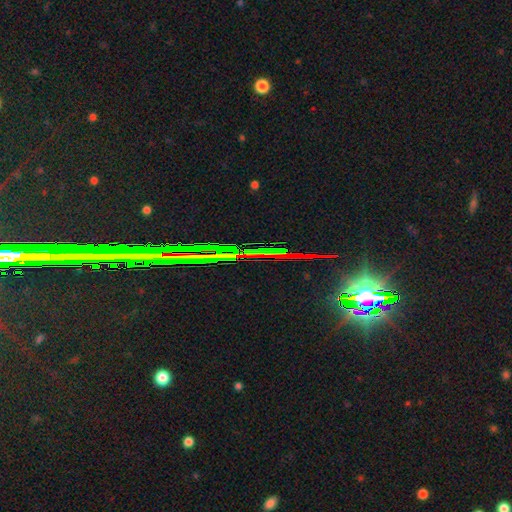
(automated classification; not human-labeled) The model was most divided on "smooth or featured": star or artifact: 85%, featured or disk: 8%, smooth: 7%.